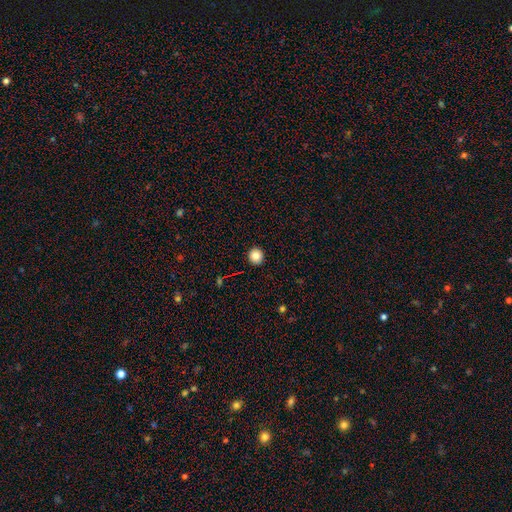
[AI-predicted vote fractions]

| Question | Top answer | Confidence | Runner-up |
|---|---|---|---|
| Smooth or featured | smooth | 84% | star or artifact (10%) |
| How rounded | round | 90% | in between (9%) |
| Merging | none | 92% | minor disturbance (5%) |